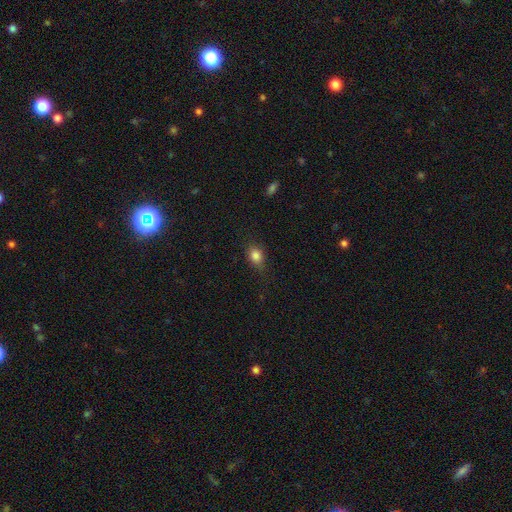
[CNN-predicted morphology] type=smooth (83%); roundness=in between (49%, tied with round); merging=none (72%).